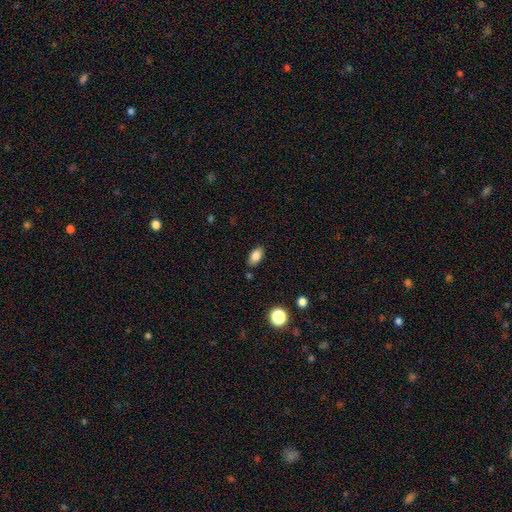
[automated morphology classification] smooth-or-featured: smooth: 83% | star or artifact: 9% | featured or disk: 8%
  how-rounded: in between: 89% | cigar-shaped: 5% | round: 5%
  merging: none: 84% | minor disturbance: 11% | major disturbance: 2% | merger: 2%